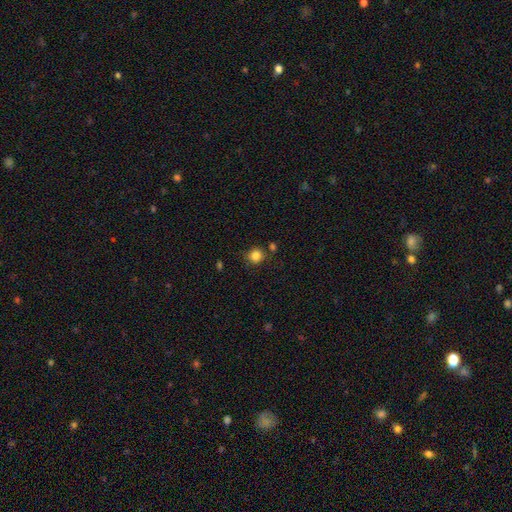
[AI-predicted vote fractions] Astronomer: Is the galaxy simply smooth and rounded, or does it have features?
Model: smooth — 84%.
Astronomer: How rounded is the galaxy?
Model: round — 88%.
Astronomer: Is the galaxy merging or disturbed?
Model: none — 78%.